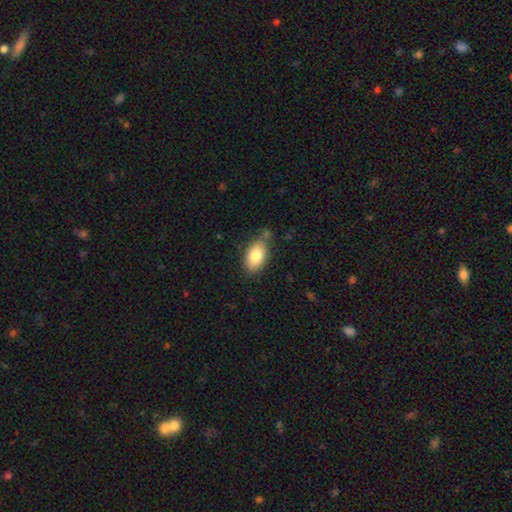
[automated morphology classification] smooth 82%, featured or disk 11%, star or artifact 7%. Down the decision tree: how rounded — in between (92%); merging — none (70%).